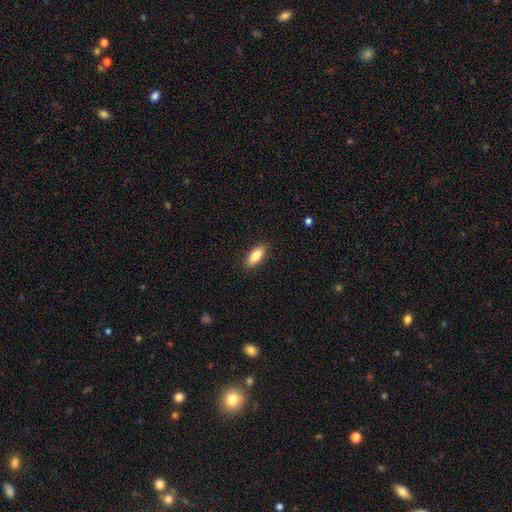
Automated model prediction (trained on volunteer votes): A smooth galaxy with no disk features (85%) that is in between round and cigar-shaped (83%). Merging: none (89%).